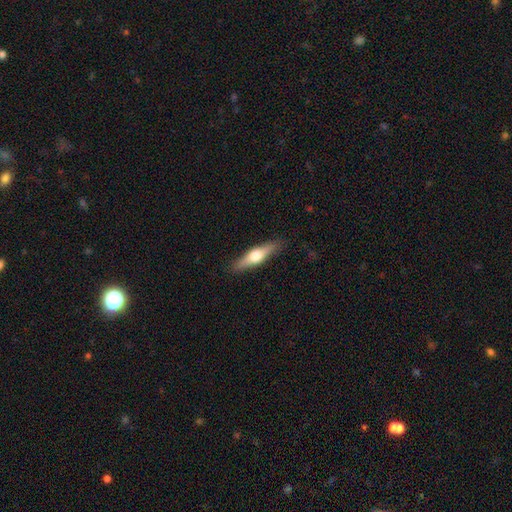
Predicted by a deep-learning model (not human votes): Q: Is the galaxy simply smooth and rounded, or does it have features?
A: featured or disk — 54%.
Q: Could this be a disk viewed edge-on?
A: yes — 94%.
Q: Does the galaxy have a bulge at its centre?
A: rounded — 94%.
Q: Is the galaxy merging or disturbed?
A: none — 89%.